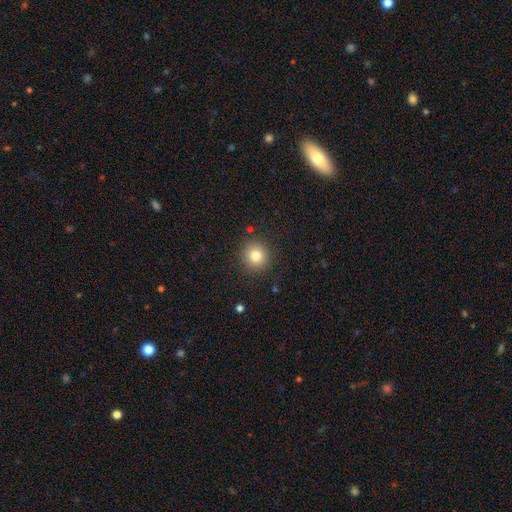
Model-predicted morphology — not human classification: Smooth or featured? Predicted: smooth (p=0.80). How rounded? Predicted: round (p=0.93). Merging? Predicted: none (p=0.90).